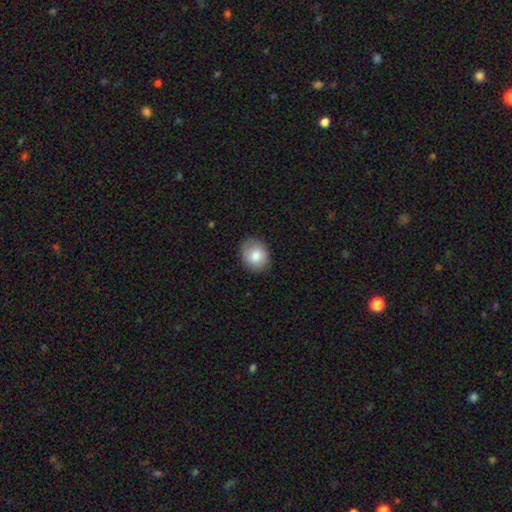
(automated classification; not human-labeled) smooth 79%, featured or disk 14%, star or artifact 7%. Down the decision tree: how rounded — round (57%); merging — none (84%).